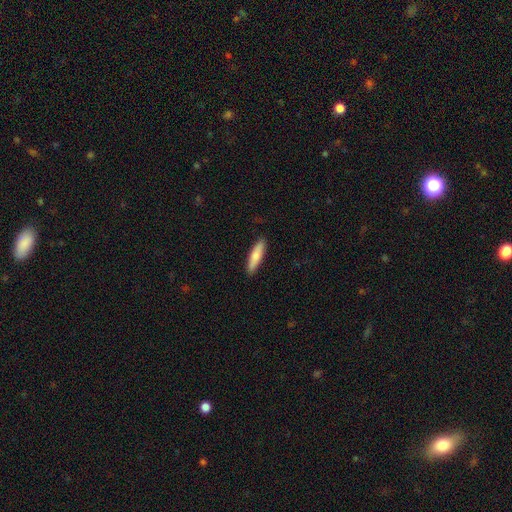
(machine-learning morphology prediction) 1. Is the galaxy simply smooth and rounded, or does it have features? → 78% smooth, 17% featured or disk, 5% star or artifact.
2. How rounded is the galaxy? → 76% cigar-shaped, 23% in between, 2% round.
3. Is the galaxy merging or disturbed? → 90% none, 8% minor disturbance, 2% major disturbance, 1% merger.